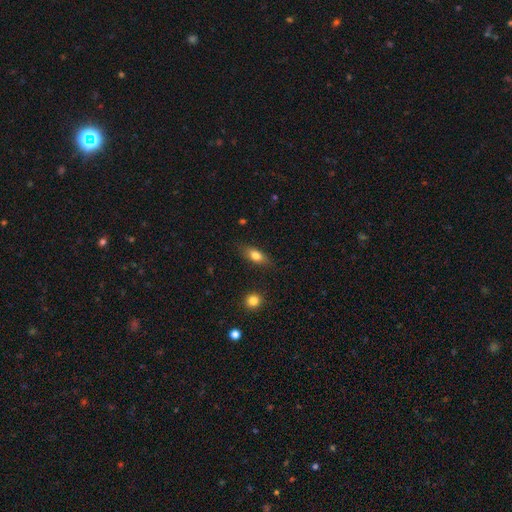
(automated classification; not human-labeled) A smooth galaxy with no disk features (76%) that is in between round and cigar-shaped (78%).

Vote fractions:
- Smooth or featured? smooth: 76% / featured or disk: 16% / star or artifact: 8%
- How rounded? in between: 78% / cigar-shaped: 16% / round: 6%
- Merging? none: 81% / minor disturbance: 14% / major disturbance: 3% / merger: 2%